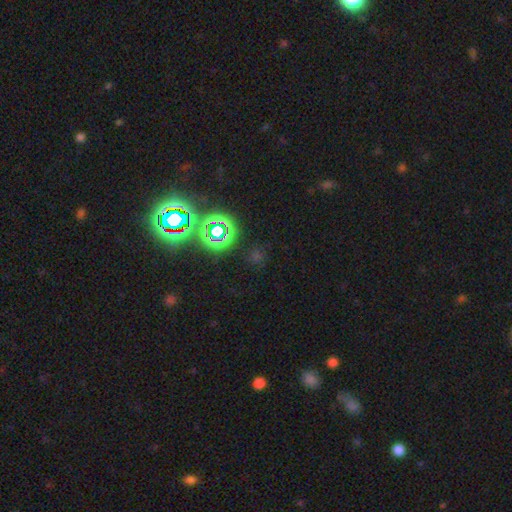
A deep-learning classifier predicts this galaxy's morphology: Overall: star or artifact (71%).